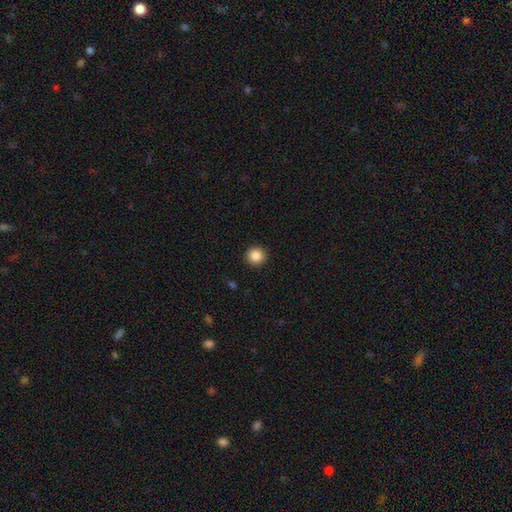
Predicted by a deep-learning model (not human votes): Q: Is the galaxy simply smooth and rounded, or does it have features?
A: smooth — 86%.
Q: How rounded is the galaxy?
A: round — 94%.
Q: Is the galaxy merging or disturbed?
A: none — 93%.